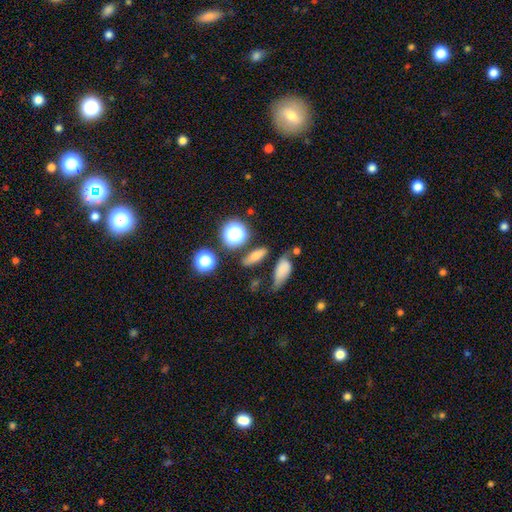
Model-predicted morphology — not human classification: smooth-or-featured: smooth: 68% | star or artifact: 17% | featured or disk: 15%
  how-rounded: in between: 51% | cigar-shaped: 30% | round: 19%
  merging: none: 72% | minor disturbance: 16% | merger: 7% | major disturbance: 5%